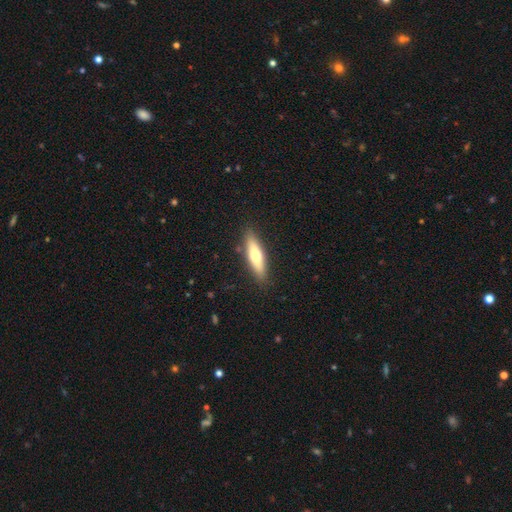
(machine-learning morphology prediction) Smooth or featured? Predicted: smooth (p=0.61). How rounded? Predicted: cigar-shaped (p=0.65). Merging? Predicted: none (p=0.87).